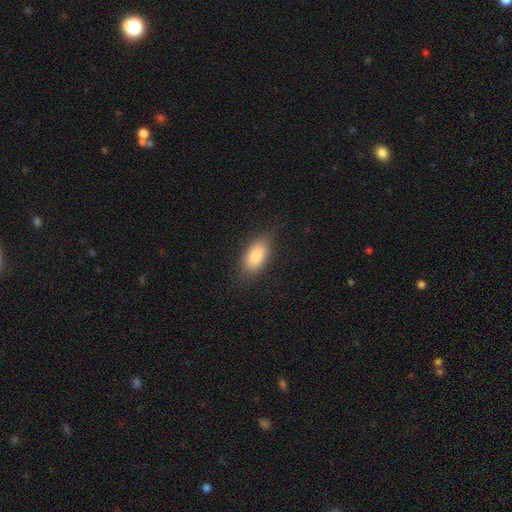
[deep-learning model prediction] Smooth or featured: smooth — 84% (featured or disk — 9%)
How rounded: in between — 88% (cigar-shaped — 8%)
Merging: none — 78% (minor disturbance — 16%)